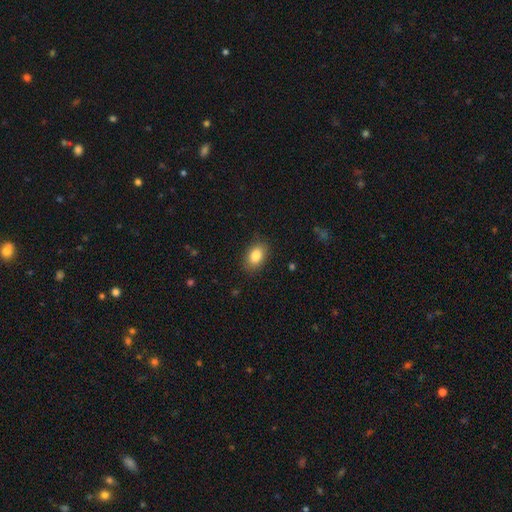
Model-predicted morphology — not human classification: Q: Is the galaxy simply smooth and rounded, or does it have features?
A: smooth — 85%.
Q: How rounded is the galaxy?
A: in between — 87%.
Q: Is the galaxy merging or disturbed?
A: none — 86%.